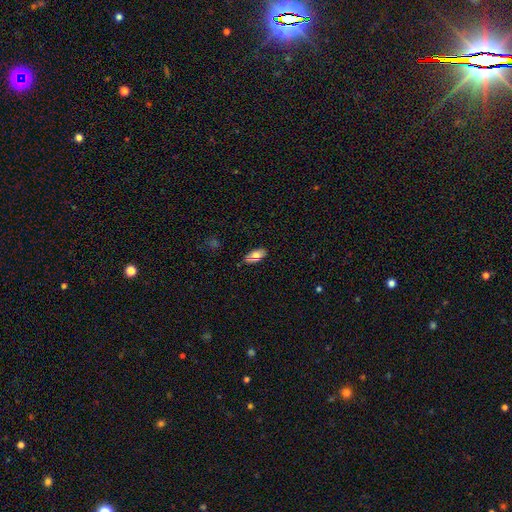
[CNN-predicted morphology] Smooth or featured? smooth (66%)
How rounded? in between (90%)
Merging? none (83%)